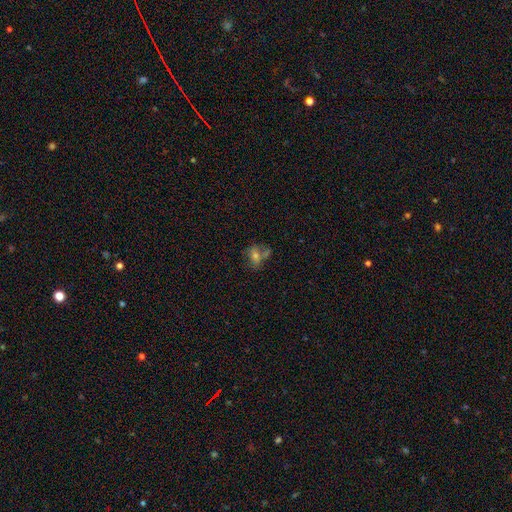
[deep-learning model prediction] Smooth or featured? Predicted: smooth (p=0.46). Merging? Predicted: none (p=0.47).